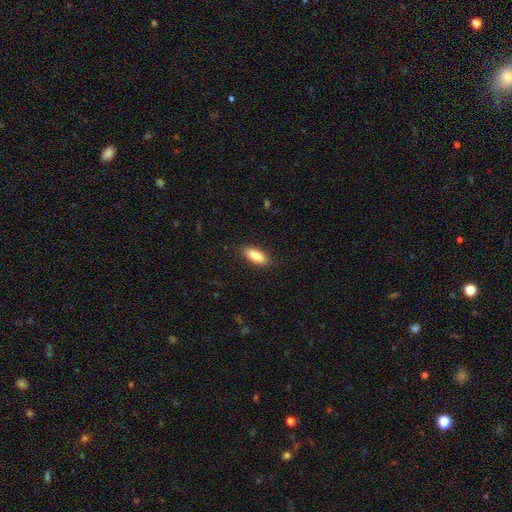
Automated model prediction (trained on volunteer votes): Smooth or featured?
  - smooth: 84% *
  - featured or disk: 9%
  - star or artifact: 6%
How rounded?
  - in between: 74% *
  - cigar-shaped: 24%
  - round: 2%
Merging?
  - none: 88% *
  - minor disturbance: 9%
  - major disturbance: 2%
  - merger: 1%